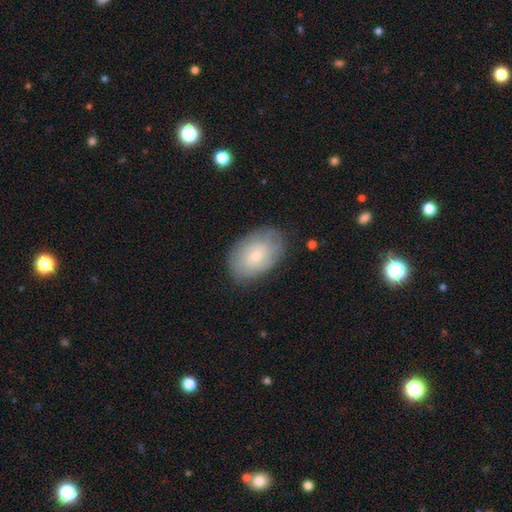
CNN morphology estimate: Overall: smooth (52%; featured or disk 40%). How rounded: in between (87%). Merging: none (79%).